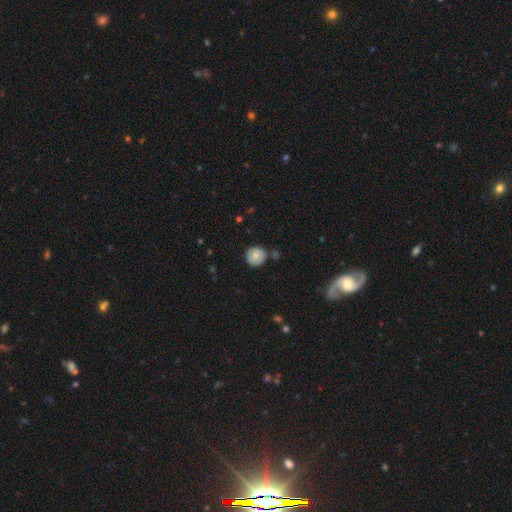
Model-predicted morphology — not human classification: Smooth or featured: smooth — 72% (featured or disk — 20%)
How rounded: round — 91% (in between — 8%)
Merging: none — 73% (minor disturbance — 17%)